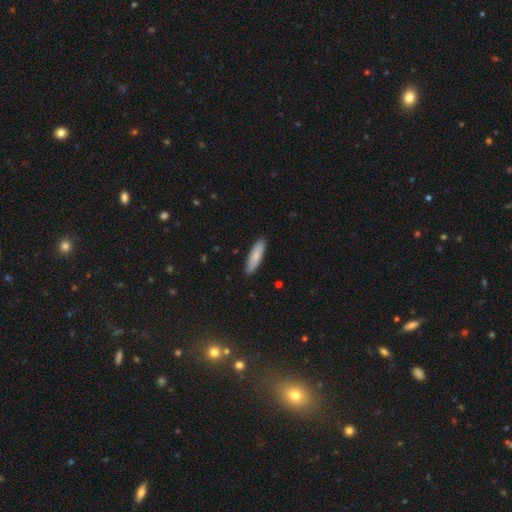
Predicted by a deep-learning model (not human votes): Overall: smooth (83%). How rounded: cigar-shaped (67%; in between 31%). Merging: none (89%).